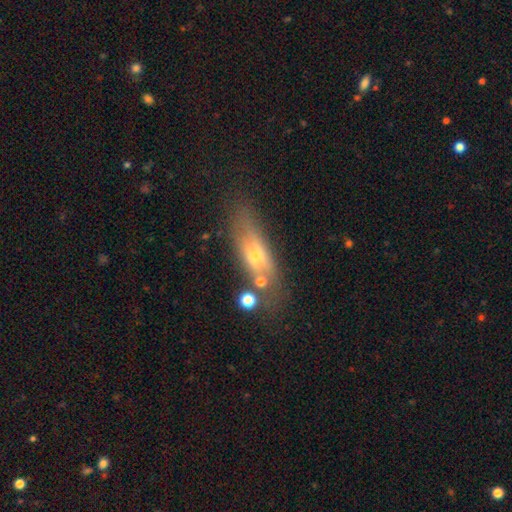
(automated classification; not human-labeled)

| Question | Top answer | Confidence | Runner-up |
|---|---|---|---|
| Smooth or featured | smooth | 52% | featured or disk (38%) |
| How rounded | in between | 53% | cigar-shaped (42%) |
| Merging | none | 60% | minor disturbance (20%) |